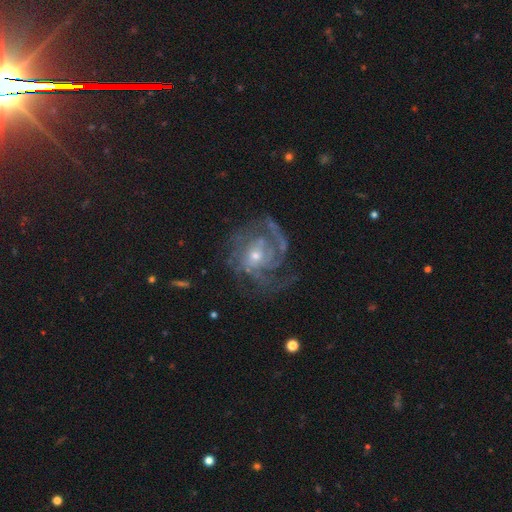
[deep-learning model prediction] A featured or disk galaxy (86%) with no bar (68%), tight (53%) spiral arms (93%) and a small central bulge (57%).

Vote fractions:
- Smooth or featured? featured or disk: 86% / smooth: 7% / star or artifact: 7%
- Edge-on disk? no: 97% / yes: 3%
- Bar? no: 68% / weak: 26% / strong: 6%
- Spiral arms? yes: 93% / no: 7%
- Spiral winding? tight: 53% / medium: 36% / loose: 11%
- Spiral arm count? can't tell: 32% / 3: 24% / 2: 18% / 4: 12% / 1: 7% / more than 4: 7%
- Bulge size? small: 57% / moderate: 38% / large: 2% / none: 2% / dominant: 1%
- Merging? none: 62% / major disturbance: 19% / minor disturbance: 18% / merger: 2%